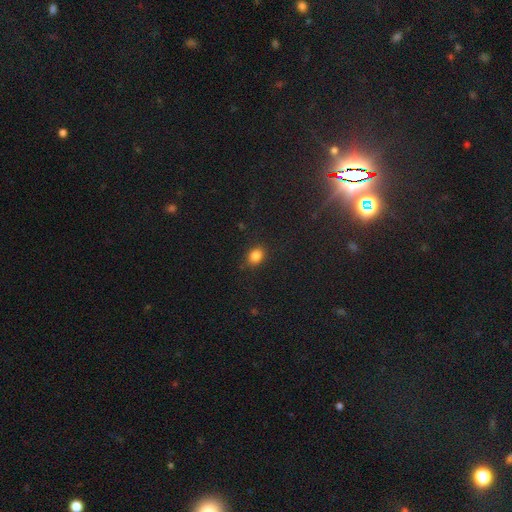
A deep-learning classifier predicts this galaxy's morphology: A smooth galaxy with no disk features (84%) that is in between round and cigar-shaped (62%).

Vote fractions:
- Smooth or featured? smooth: 84% / star or artifact: 11% / featured or disk: 5%
- How rounded? in between: 62% / round: 37% / cigar-shaped: 1%
- Merging? none: 84% / minor disturbance: 12% / major disturbance: 3% / merger: 1%